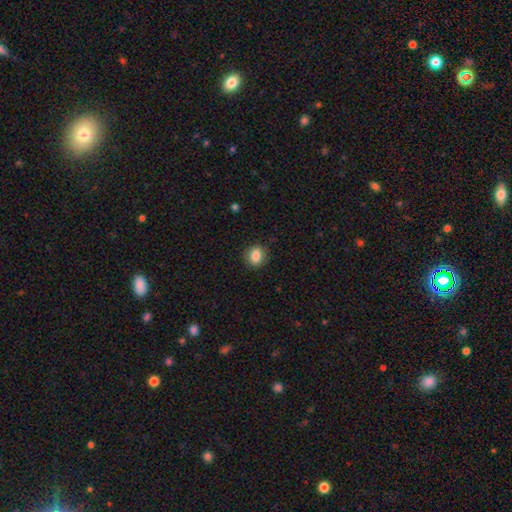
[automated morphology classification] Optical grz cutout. It shows a smooth galaxy with no disk features (84%) that is round (60%). Merging: none (87%).